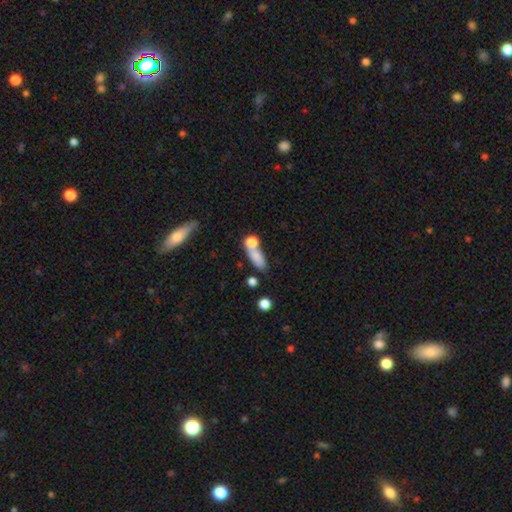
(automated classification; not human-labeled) smooth 76%, featured or disk 15%, star or artifact 10%. Down the decision tree: how rounded — in between (58%); merging — none (42%).